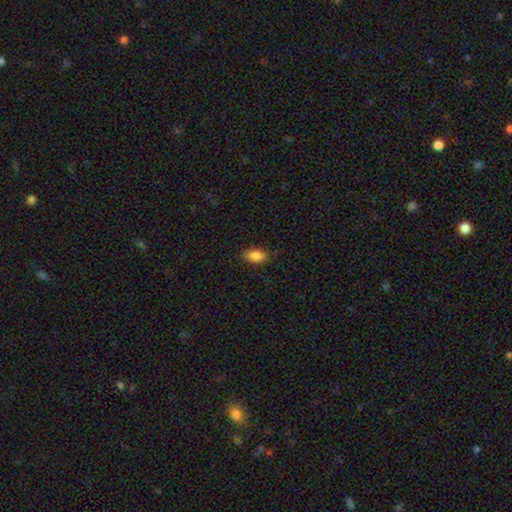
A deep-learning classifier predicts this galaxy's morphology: smooth-or-featured: smooth: 87% | star or artifact: 8% | featured or disk: 5%
  how-rounded: in between: 90% | round: 7% | cigar-shaped: 3%
  merging: none: 83% | minor disturbance: 13% | major disturbance: 3% | merger: 1%